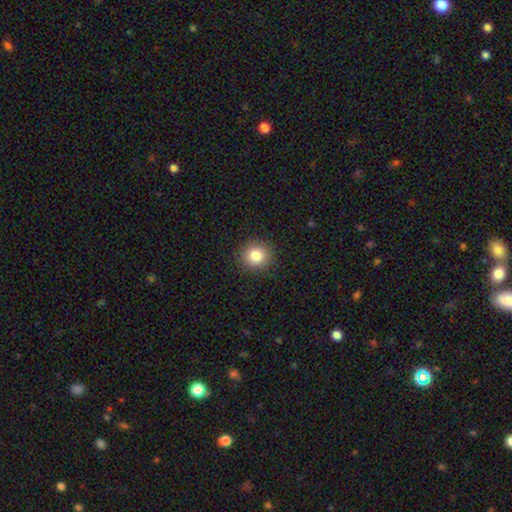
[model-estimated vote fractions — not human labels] smooth_or_featured: smooth (p=0.83) [alt: star or artifact p=0.10]
how_rounded: round (p=0.89) [alt: in between p=0.10]
merging: none (p=0.91) [alt: minor disturbance p=0.06]